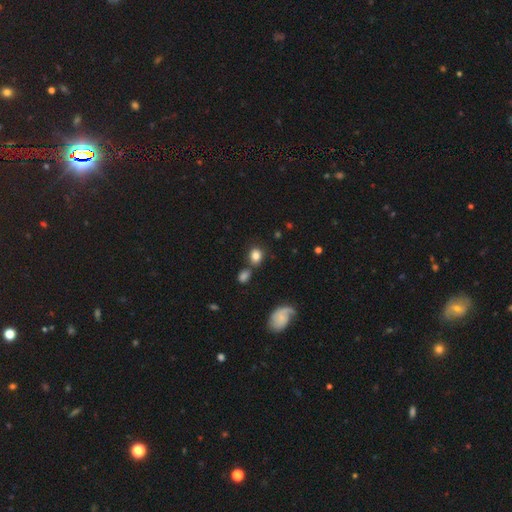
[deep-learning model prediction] This appears to be a smooth galaxy with no disk features (80%) that is round (58%). Merging: none (66%).